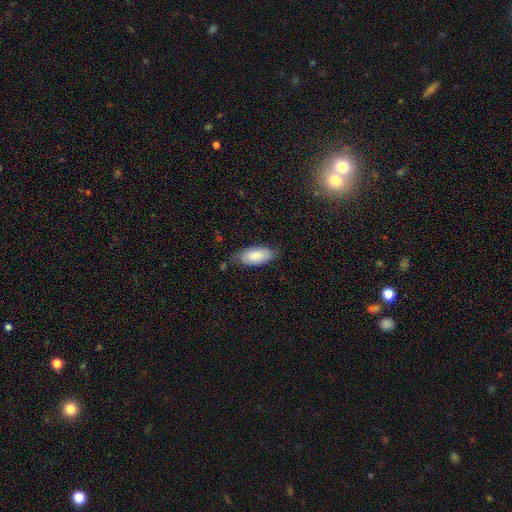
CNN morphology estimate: A smooth galaxy with no disk features (82%) that is in between round and cigar-shaped (90%). Merging: none (72%).